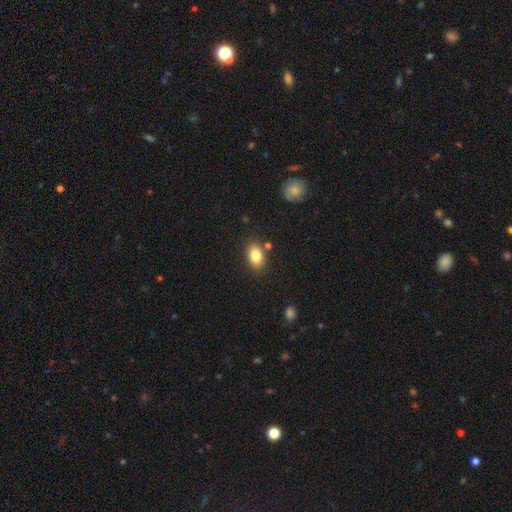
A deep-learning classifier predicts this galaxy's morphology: Overall: smooth (84%). How rounded: in between (83%). Merging: none (82%).